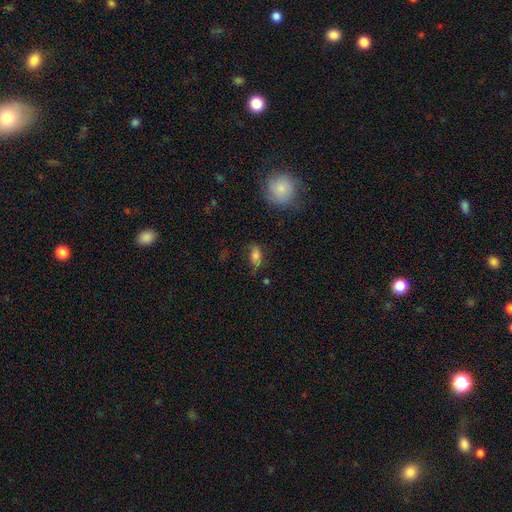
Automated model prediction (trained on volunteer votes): The model was most divided on "merging": none: 55%, minor disturbance: 27%, major disturbance: 13%, merger: 4%. More confident: how rounded — in between (84%); smooth or featured — smooth (76%).